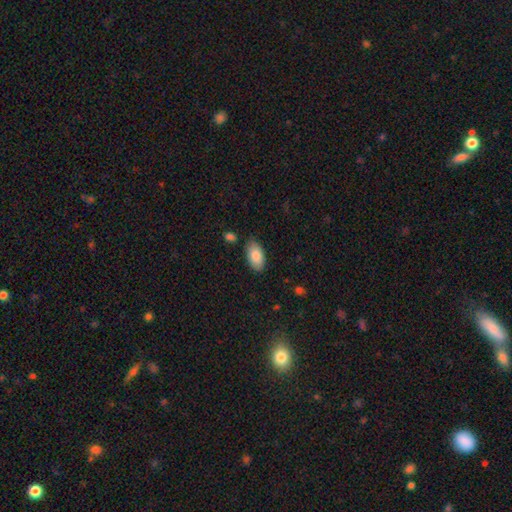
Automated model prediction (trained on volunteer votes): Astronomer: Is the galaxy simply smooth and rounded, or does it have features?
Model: smooth — 85%.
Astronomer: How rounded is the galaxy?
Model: in between — 95%.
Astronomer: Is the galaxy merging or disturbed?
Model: none — 83%.